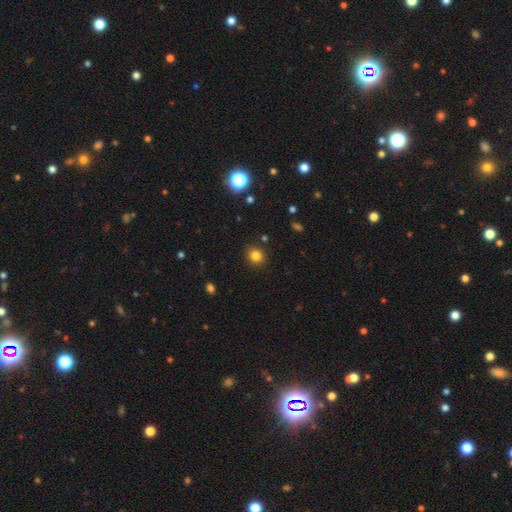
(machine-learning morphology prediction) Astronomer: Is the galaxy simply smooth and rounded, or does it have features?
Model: smooth — 81%.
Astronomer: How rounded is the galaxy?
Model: round — 84%.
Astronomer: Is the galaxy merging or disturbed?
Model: none — 90%.